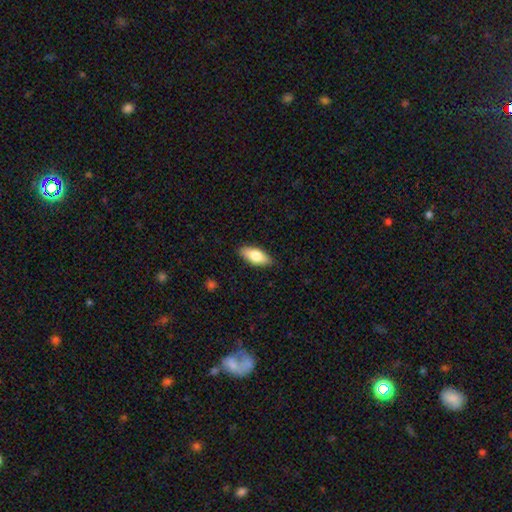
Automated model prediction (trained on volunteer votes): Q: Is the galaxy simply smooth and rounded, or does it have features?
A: smooth — 76%.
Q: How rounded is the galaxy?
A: in between — 83%.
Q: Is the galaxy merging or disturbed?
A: none — 87%.